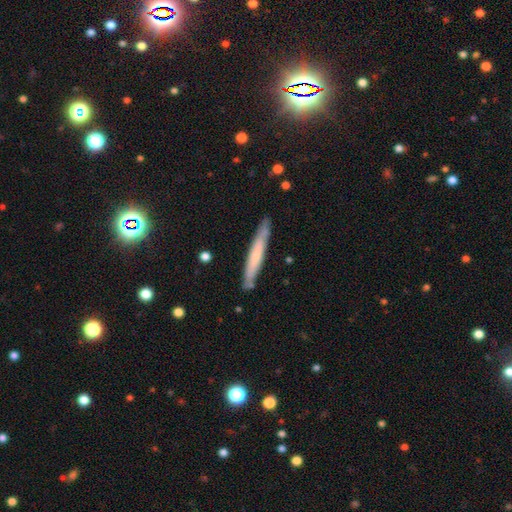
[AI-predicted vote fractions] The model was most divided on "smooth or featured": smooth: 56%, featured or disk: 38%, star or artifact: 6%. More confident: how rounded — cigar-shaped (96%); merging — none (84%).